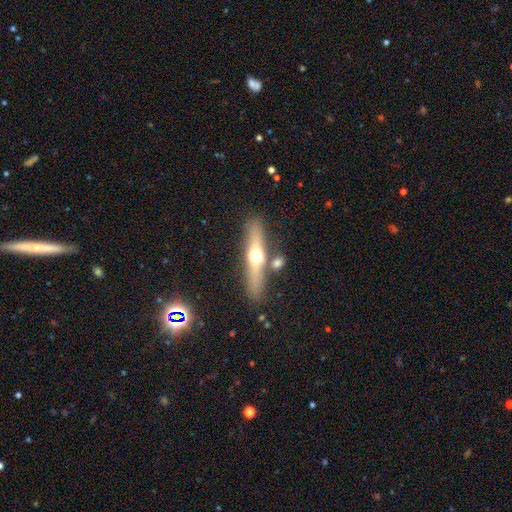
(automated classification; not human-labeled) Q: Smooth or featured?
A: featured or disk (55%); runner-up: smooth (38%)
Q: Edge-on disk?
A: yes (89%); runner-up: no (11%)
Q: Merging?
A: none (73%); runner-up: merger (12%)